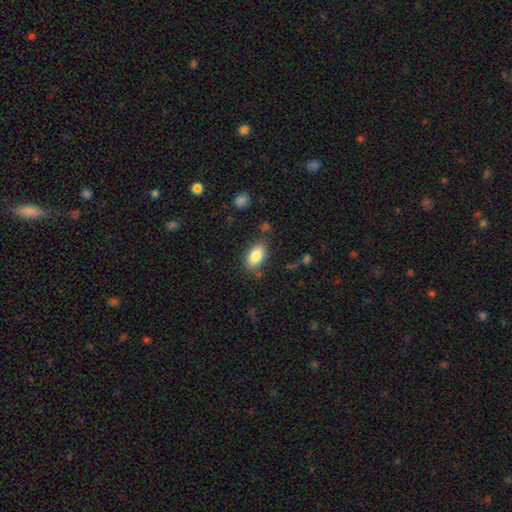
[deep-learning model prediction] Smooth or featured? smooth (84%)
How rounded? in between (92%)
Merging? none (79%)